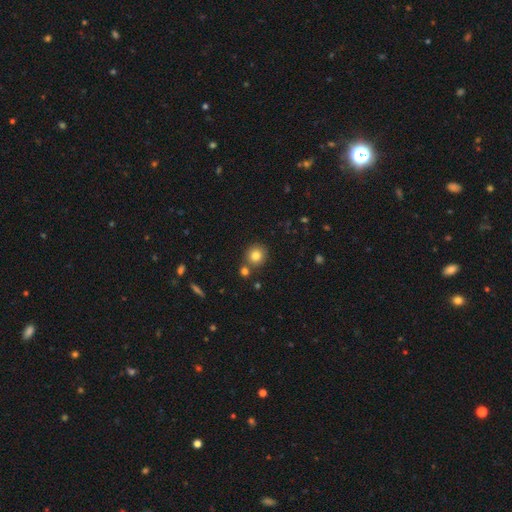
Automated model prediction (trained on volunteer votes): Smooth or featured?
  - smooth: 81% *
  - star or artifact: 12%
  - featured or disk: 7%
How rounded?
  - round: 89% *
  - in between: 10%
  - cigar-shaped: 1%
Merging?
  - none: 75% *
  - merger: 14%
  - minor disturbance: 8%
  - major disturbance: 2%